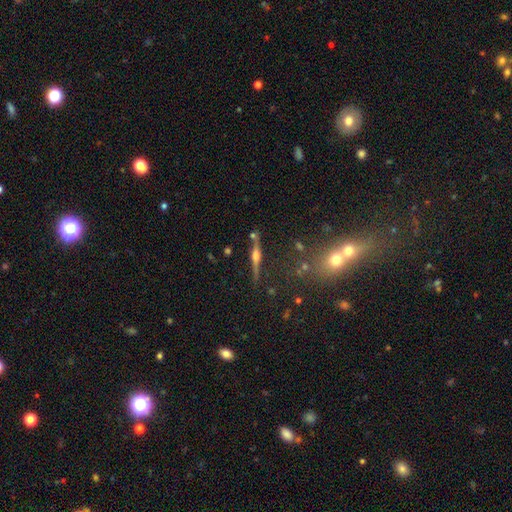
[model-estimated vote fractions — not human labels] Morphology: type=featured or disk (75%); edge-on=yes (97%); edge-on bulge=rounded (85%); merging=none (79%).